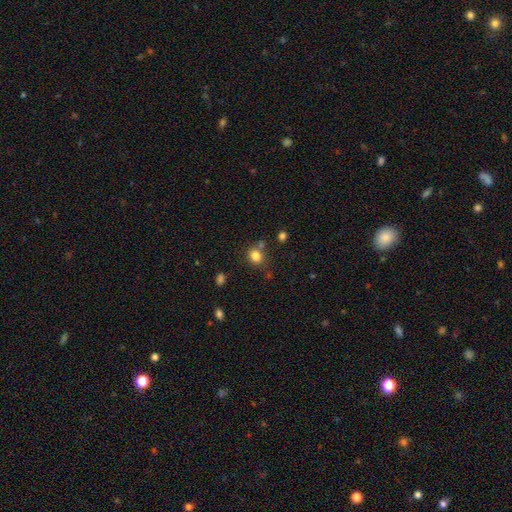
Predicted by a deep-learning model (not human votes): Smooth or featured: smooth — 82% (star or artifact — 12%)
How rounded: round — 70% (in between — 29%)
Merging: none — 70% (minor disturbance — 13%)